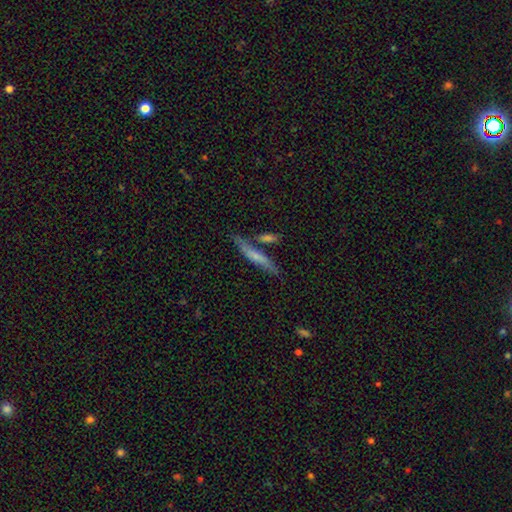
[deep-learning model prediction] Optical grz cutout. It shows a smooth galaxy with no disk features (57%) that is cigar-shaped (90%). Merging: none (71%).